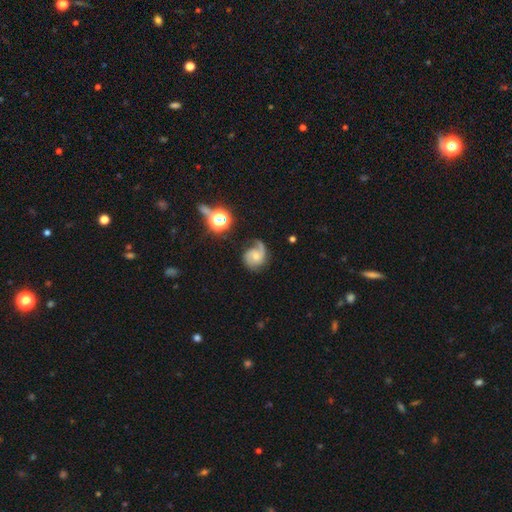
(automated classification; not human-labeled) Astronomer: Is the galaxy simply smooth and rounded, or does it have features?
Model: featured or disk — 77%.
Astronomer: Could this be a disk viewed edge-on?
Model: no — 98%.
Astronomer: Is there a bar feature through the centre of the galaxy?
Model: no — 65%.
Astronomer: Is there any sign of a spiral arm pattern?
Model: yes — 96%.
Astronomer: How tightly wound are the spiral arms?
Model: medium — 46% (runner-up: loose, 28%).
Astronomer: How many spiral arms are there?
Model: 2 — 57%.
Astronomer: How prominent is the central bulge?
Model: small — 48% (runner-up: moderate, 39%).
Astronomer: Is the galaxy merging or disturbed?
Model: none — 57%.